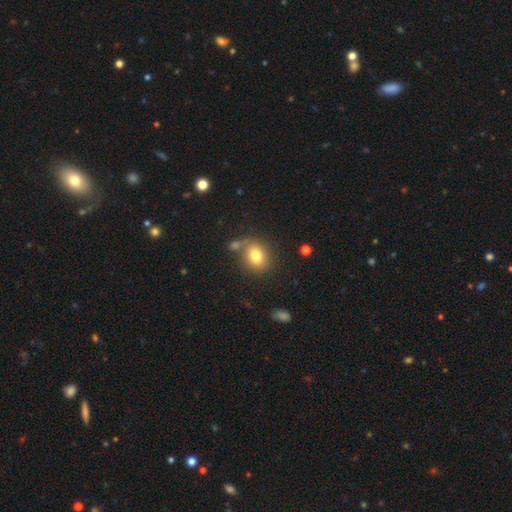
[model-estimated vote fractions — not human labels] This appears to be a smooth galaxy with no disk features (77%) that is round (61%). Merging: none (67%).